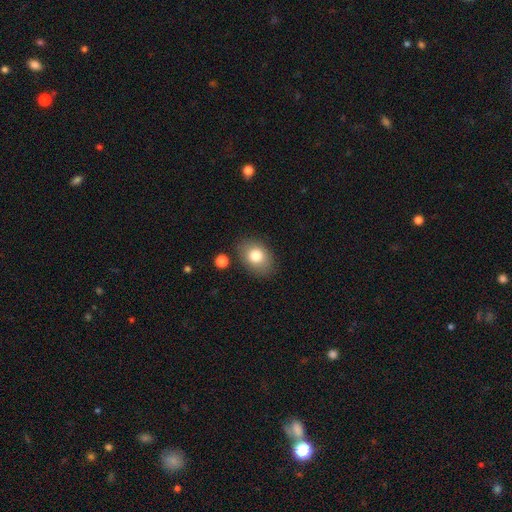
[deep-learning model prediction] Morphology: type=smooth (80%); roundness=in between (74%); merging=none (82%).